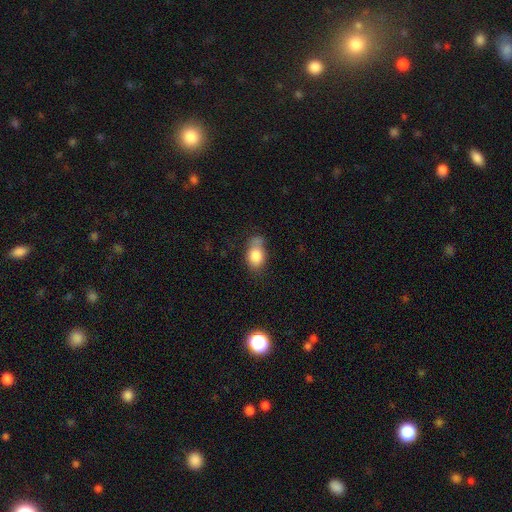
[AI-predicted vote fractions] smooth-or-featured: smooth: 81% | featured or disk: 10% | star or artifact: 8%
  how-rounded: in between: 77% | round: 20% | cigar-shaped: 2%
  merging: none: 44% | minor disturbance: 32% | merger: 12% | major disturbance: 12%